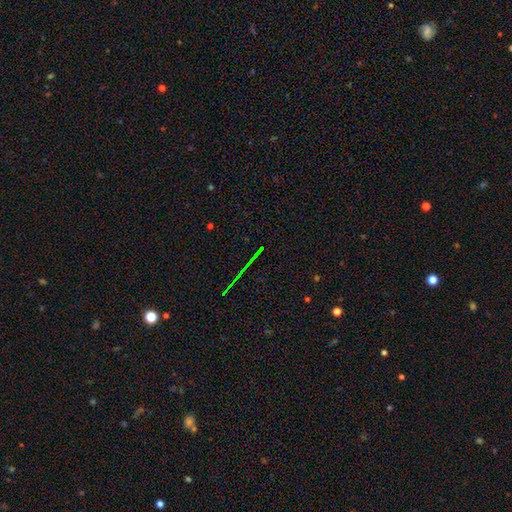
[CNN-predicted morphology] Overall: star or artifact (75%).